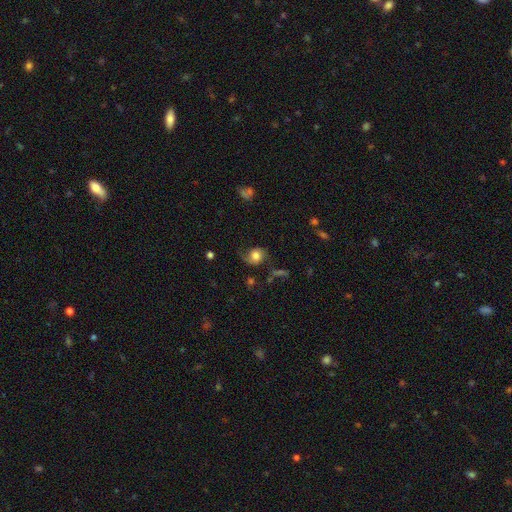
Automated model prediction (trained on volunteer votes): Overall: smooth (59%; featured or disk 32%). How rounded: round (62%; in between 36%). Merging: none (57%; minor disturbance 25%).